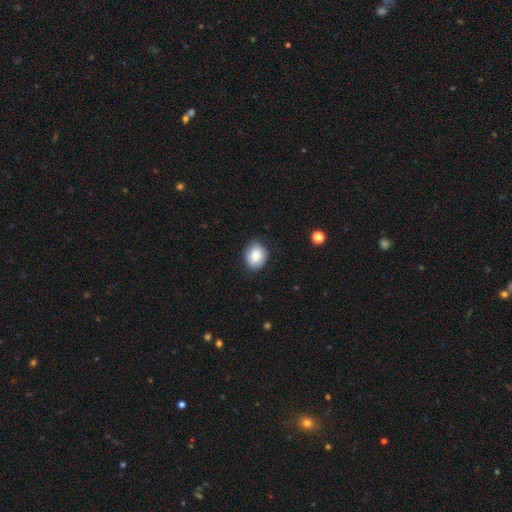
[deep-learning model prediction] Smooth or featured? smooth (83%)
How rounded? in between (50%)
Merging? none (79%)